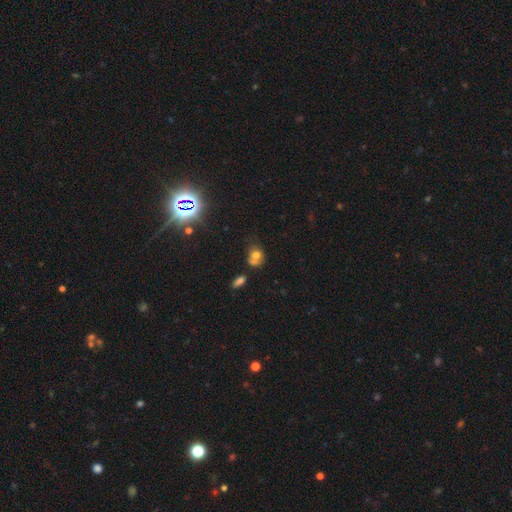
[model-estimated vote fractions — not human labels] Overall: smooth (65%). How rounded: round (57%; in between 41%). Merging: merger (45%; none 35%).